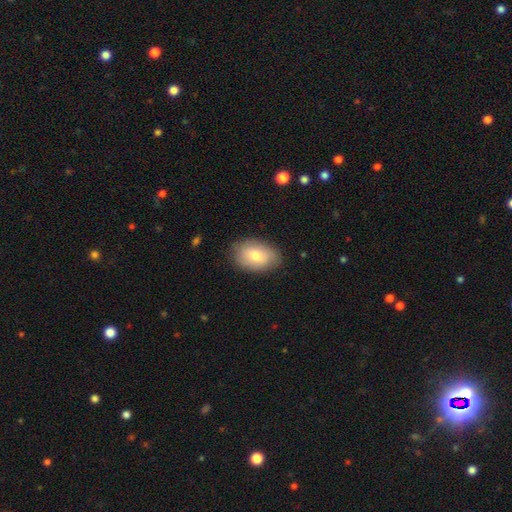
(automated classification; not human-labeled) Smooth or featured? smooth (75%)
How rounded? in between (88%)
Merging? none (83%)